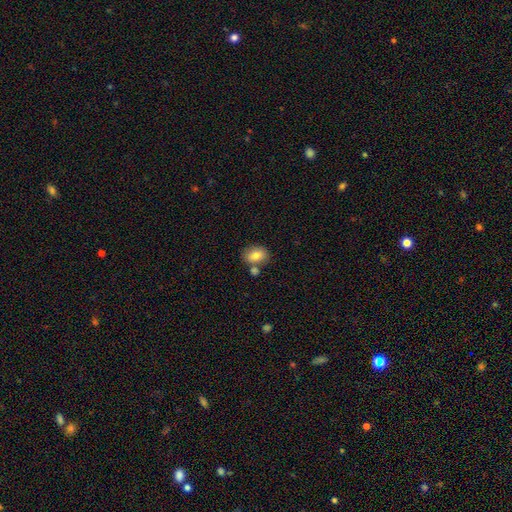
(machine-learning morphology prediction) smooth-or-featured: smooth: 79% | featured or disk: 12% | star or artifact: 8%
  how-rounded: in between: 68% | round: 31% | cigar-shaped: 1%
  merging: none: 64% | merger: 20% | minor disturbance: 13% | major disturbance: 3%